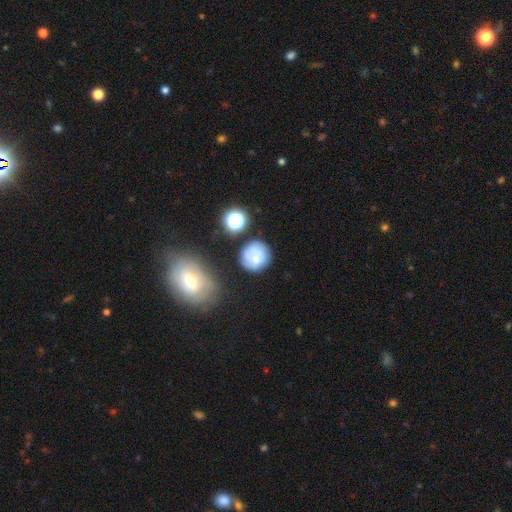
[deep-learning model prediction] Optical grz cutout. It shows a smooth galaxy with no disk features (63%) that is round (88%). Merging: none (66%).